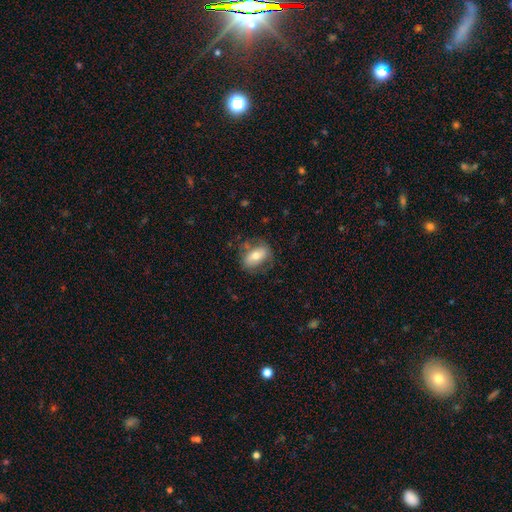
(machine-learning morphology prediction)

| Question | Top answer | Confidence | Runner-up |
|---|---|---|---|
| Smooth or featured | smooth | 60% | featured or disk (33%) |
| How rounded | in between | 82% | round (14%) |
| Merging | none | 70% | minor disturbance (19%) |